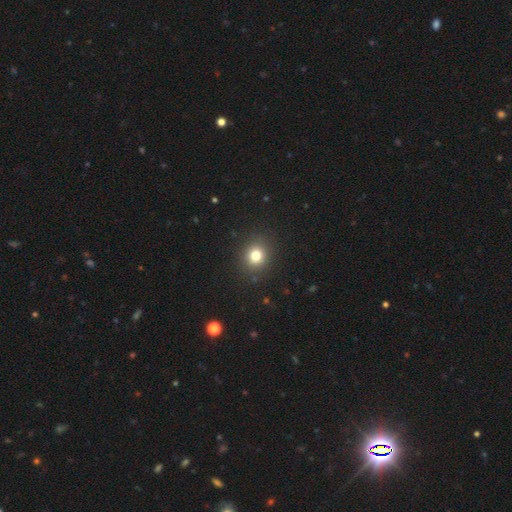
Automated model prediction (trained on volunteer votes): smooth-or-featured: smooth: 79% | star or artifact: 14% | featured or disk: 7%
  how-rounded: round: 82% | in between: 17% | cigar-shaped: 1%
  merging: none: 90% | minor disturbance: 6% | major disturbance: 2% | merger: 1%